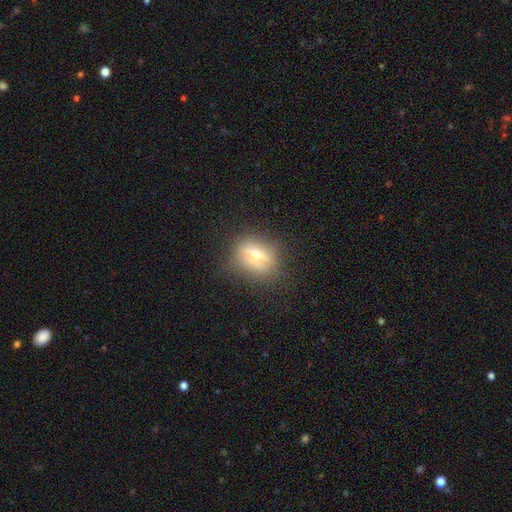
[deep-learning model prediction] The model was most divided on "smooth or featured": featured or disk: 45%, smooth: 41%, star or artifact: 14%. More confident: merging — none (81%).